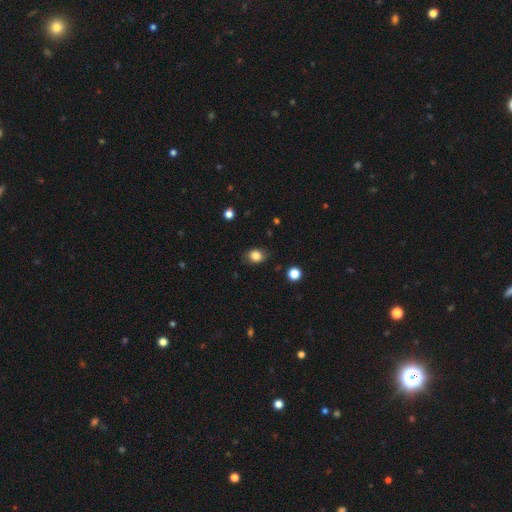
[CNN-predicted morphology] This appears to be a smooth galaxy with no disk features (84%) that is round (52%). Merging: none (81%).